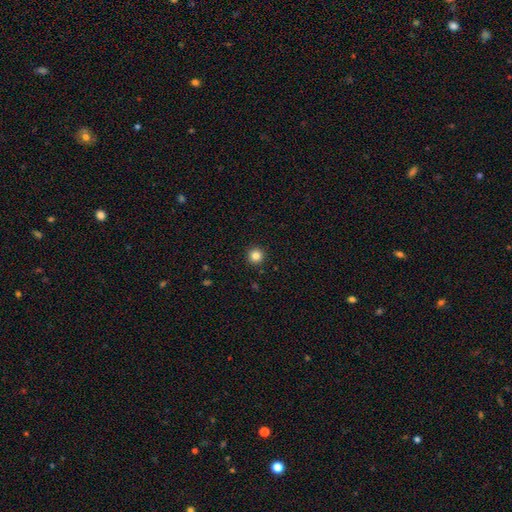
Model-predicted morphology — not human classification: This appears to be a smooth galaxy with no disk features (83%) that is round (96%). Merging: none (93%).